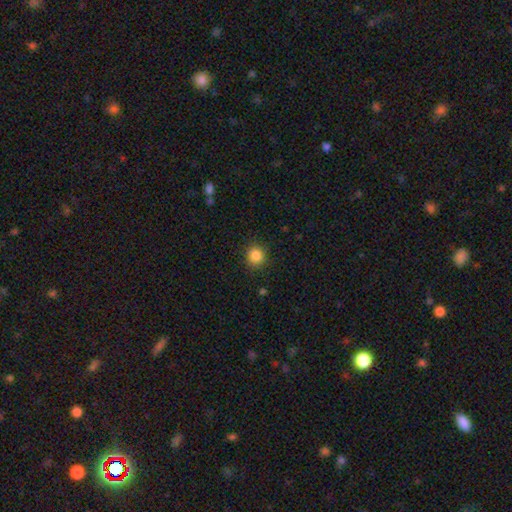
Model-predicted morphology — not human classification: type=smooth (85%); roundness=round (90%); merging=none (88%).